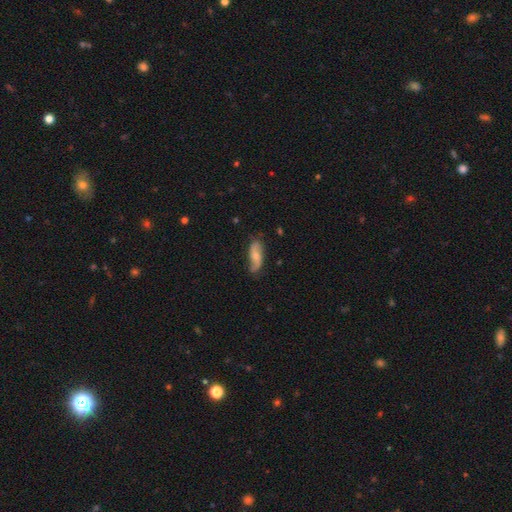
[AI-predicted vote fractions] smooth-or-featured: featured or disk: 52% | smooth: 42% | star or artifact: 6%
  disk-edge-on: no: 85% | yes: 15%
  merging: none: 71% | minor disturbance: 22% | major disturbance: 5% | merger: 2%